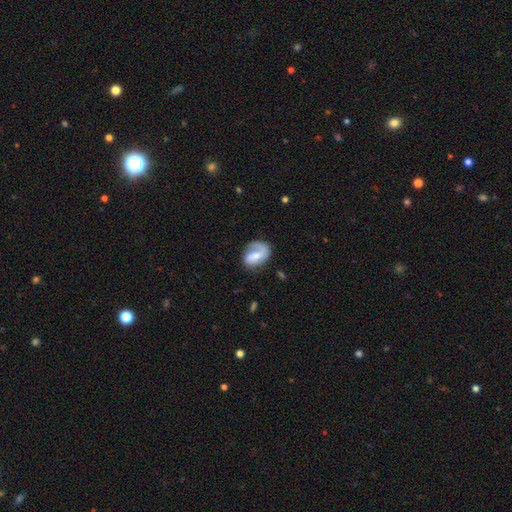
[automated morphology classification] A featured or disk galaxy (52%). Merging: none (51%).